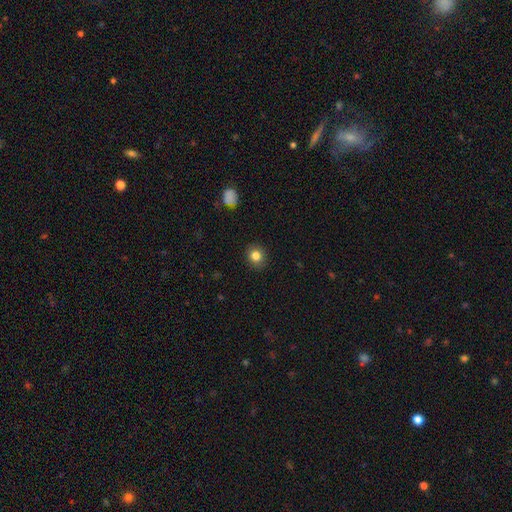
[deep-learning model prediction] smooth-or-featured: smooth: 83% | star or artifact: 11% | featured or disk: 6%
  how-rounded: round: 80% | in between: 19% | cigar-shaped: 1%
  merging: none: 90% | minor disturbance: 7% | major disturbance: 2% | merger: 1%